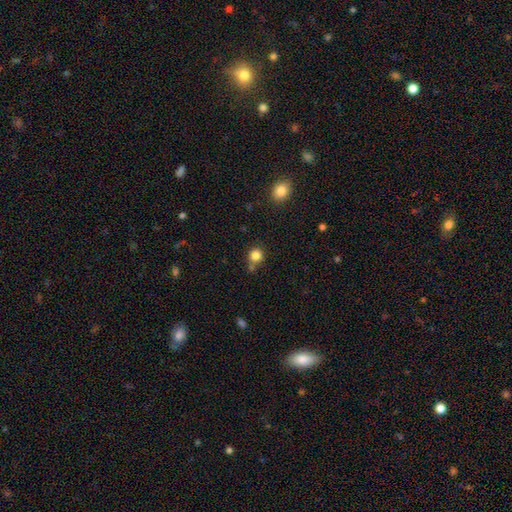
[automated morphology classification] Smooth or featured: smooth — 83% (star or artifact — 12%)
How rounded: round — 90% (in between — 9%)
Merging: none — 68% (merger — 14%)